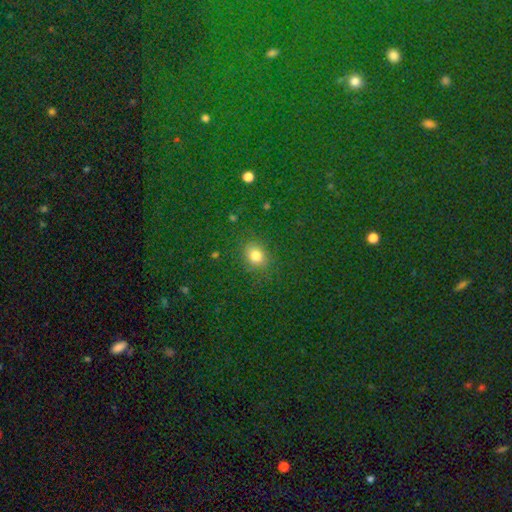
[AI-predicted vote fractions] Morphology: type=smooth (75%); roundness=round (51%); merging=none (82%).